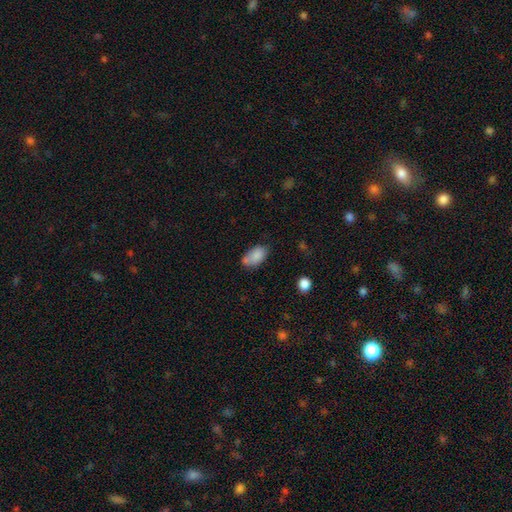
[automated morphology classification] Smooth or featured? Predicted: smooth (p=0.83). How rounded? Predicted: in between (p=0.92). Merging? Predicted: none (p=0.54).